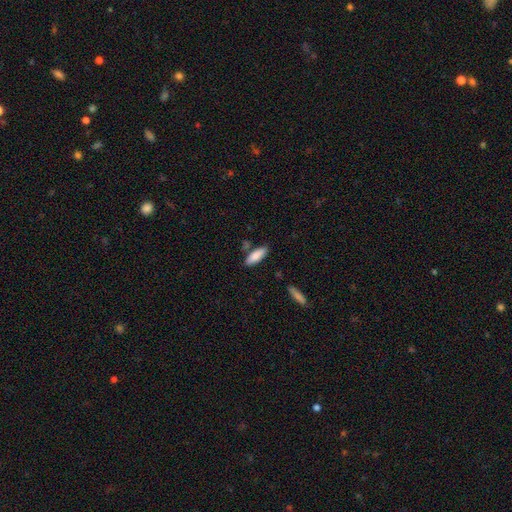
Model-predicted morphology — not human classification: smooth_or_featured: smooth (p=0.85) [alt: featured or disk p=0.09]
how_rounded: in between (p=0.61) [alt: cigar-shaped p=0.37]
merging: none (p=0.78) [alt: minor disturbance p=0.13]